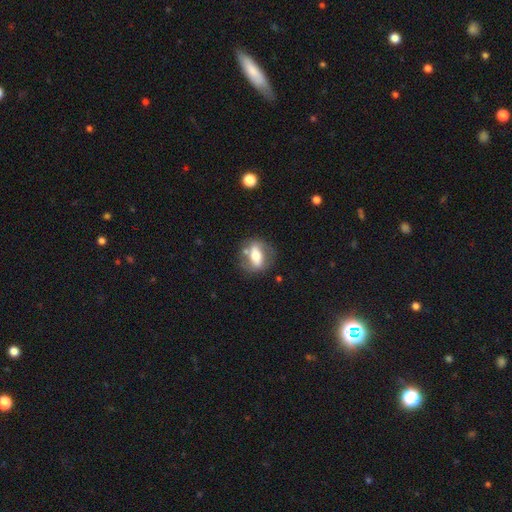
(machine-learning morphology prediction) This is possibly a featured or disk galaxy (53%). It is likely not viewed edge-on (79%). Merging: likely none (67%).